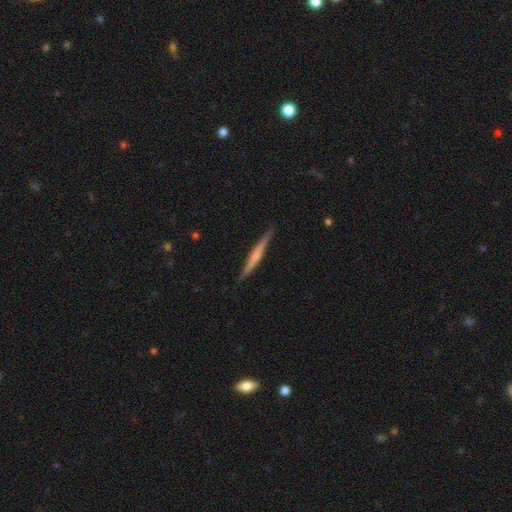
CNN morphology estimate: smooth-or-featured: featured or disk: 57% | smooth: 38% | star or artifact: 5%
  disk-edge-on: yes: 98% | no: 2%
    edge-on-bulge: none: 52% | rounded: 35% | boxy: 13%
  merging: none: 90% | minor disturbance: 7% | major disturbance: 1% | merger: 1%